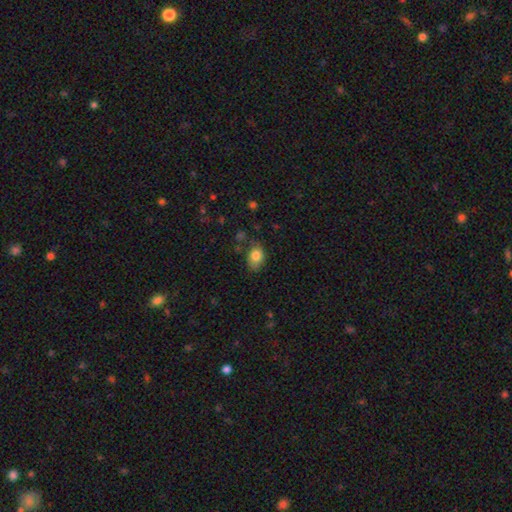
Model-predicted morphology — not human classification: This appears to be a smooth galaxy with no disk features (81%) that is in between round and cigar-shaped (73%). Merging: none (63%).